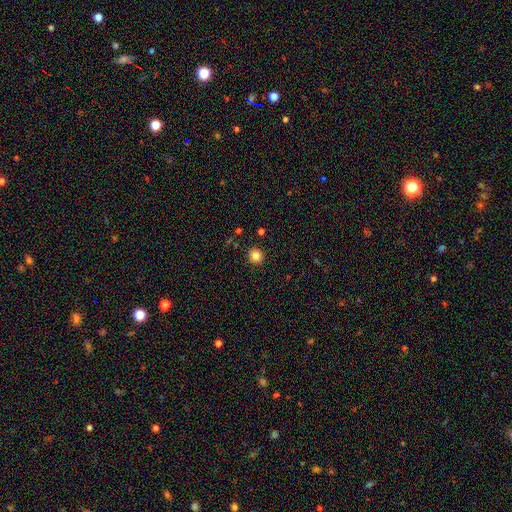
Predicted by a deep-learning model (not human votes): smooth_or_featured: smooth (p=0.82) [alt: star or artifact p=0.12]
how_rounded: round (p=0.91) [alt: in between p=0.08]
merging: none (p=0.91) [alt: minor disturbance p=0.06]